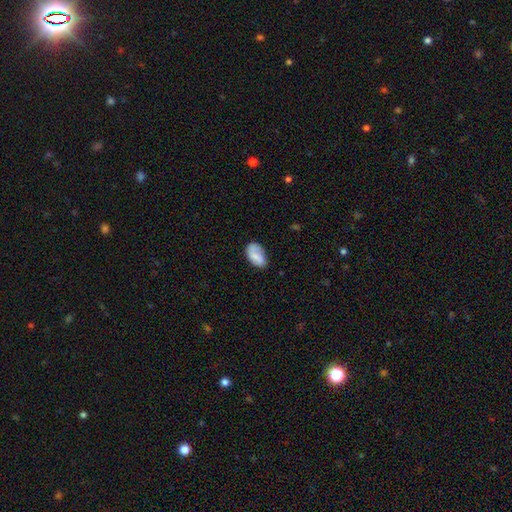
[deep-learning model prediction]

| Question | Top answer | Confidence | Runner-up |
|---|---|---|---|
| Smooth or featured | smooth | 71% | featured or disk (22%) |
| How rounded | in between | 92% | round (6%) |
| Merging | none | 62% | minor disturbance (27%) |